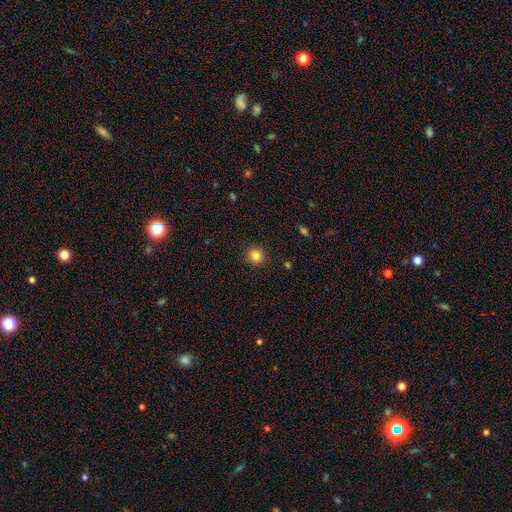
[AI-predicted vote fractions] This appears to be a smooth galaxy with no disk features (83%) that is round (92%). Merging: none (91%).